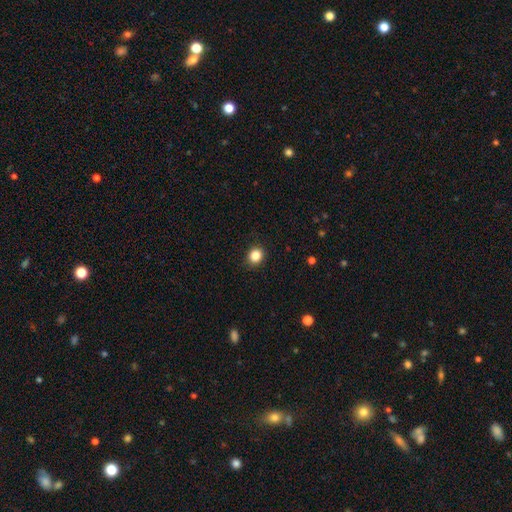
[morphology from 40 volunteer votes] A smooth galaxy with no disk features (75%) that is round (73%). Merging: none (94%).